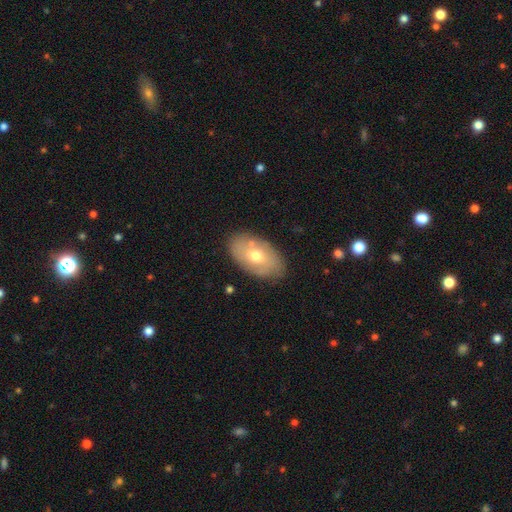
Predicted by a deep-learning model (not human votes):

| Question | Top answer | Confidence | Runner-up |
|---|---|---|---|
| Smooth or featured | smooth | 57% | featured or disk (35%) |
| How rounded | in between | 92% | round (6%) |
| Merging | none | 80% | minor disturbance (13%) |